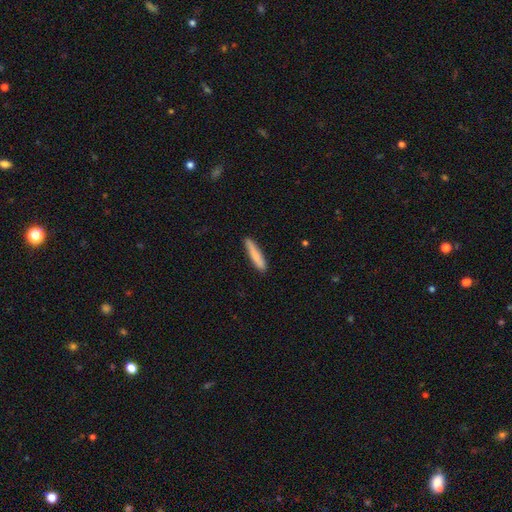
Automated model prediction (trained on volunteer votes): Smooth or featured?
  - smooth: 78% *
  - featured or disk: 17%
  - star or artifact: 6%
How rounded?
  - cigar-shaped: 91% *
  - in between: 7%
  - round: 1%
Merging?
  - none: 87% *
  - minor disturbance: 10%
  - major disturbance: 2%
  - merger: 1%